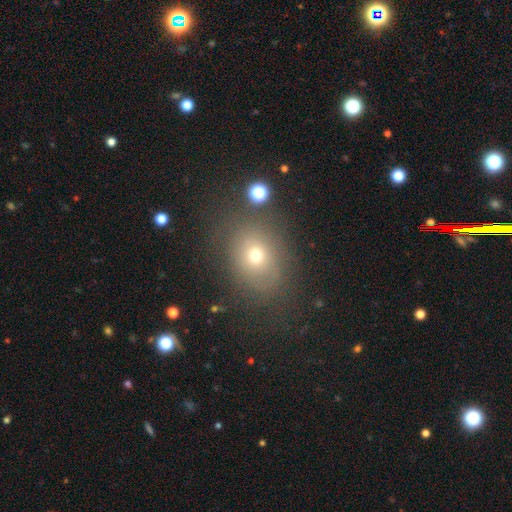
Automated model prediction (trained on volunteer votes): smooth 63%, star or artifact 19%, featured or disk 17%. Down the decision tree: how rounded — round (53%); merging — none (72%).